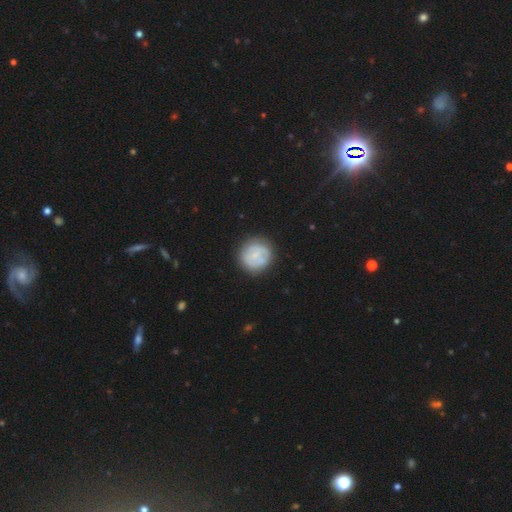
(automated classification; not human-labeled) A smooth galaxy with no disk features (54%) that is round (91%). Merging: none (80%).